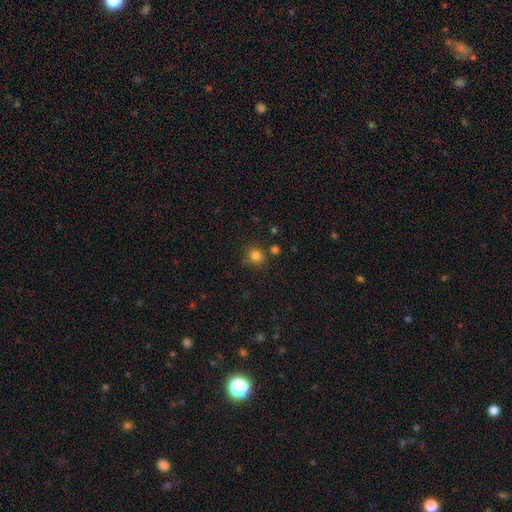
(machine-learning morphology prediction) smooth 81%, star or artifact 13%, featured or disk 5%. Down the decision tree: how rounded — round (86%); merging — none (75%).